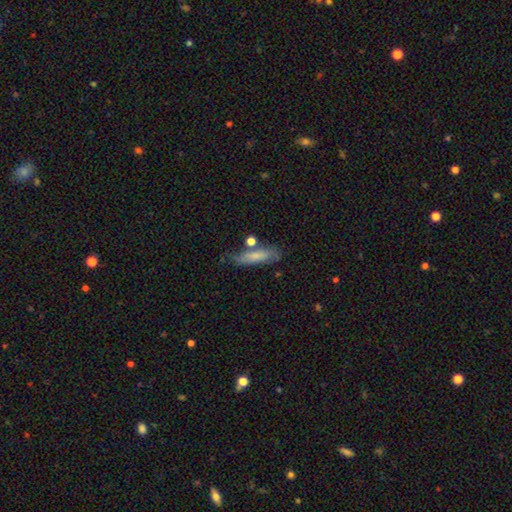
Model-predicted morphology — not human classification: This is likely a smooth galaxy (67%). How rounded: likely cigar-shaped (66%). Merging: likely none (62%).